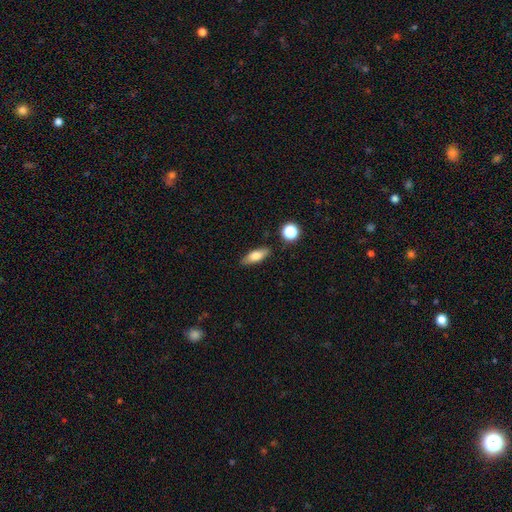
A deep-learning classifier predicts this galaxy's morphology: Smooth or featured? Predicted: smooth (p=0.75). How rounded? Predicted: in between (p=0.68). Merging? Predicted: none (p=0.84).